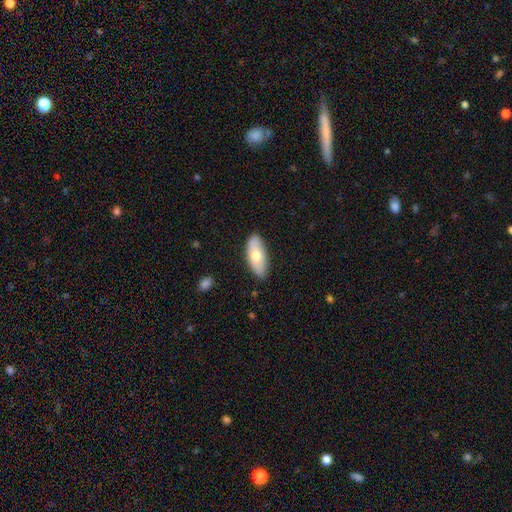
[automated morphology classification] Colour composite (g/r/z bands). It shows a smooth galaxy with no disk features (65%) that is in between round and cigar-shaped (87%). Merging: none (83%).